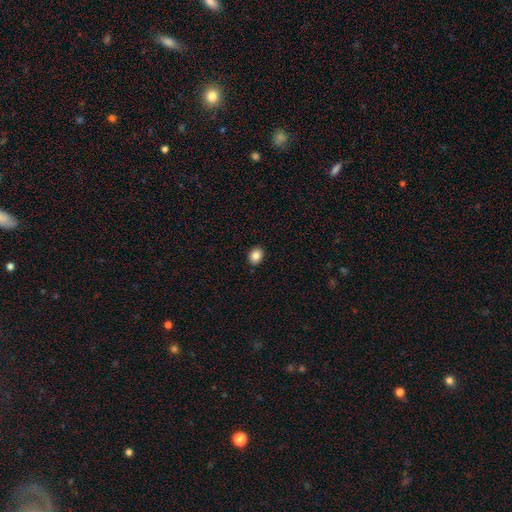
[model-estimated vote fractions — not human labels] Overall: smooth (86%). How rounded: in between (52%; round 47%). Merging: none (91%).